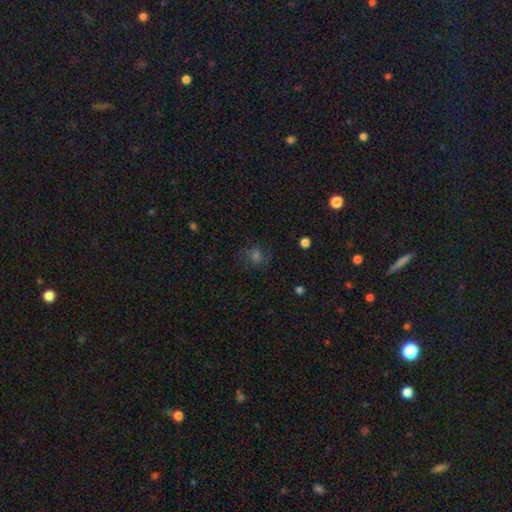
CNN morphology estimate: This appears to be a smooth galaxy with no disk features (43%). Merging: none (75%).